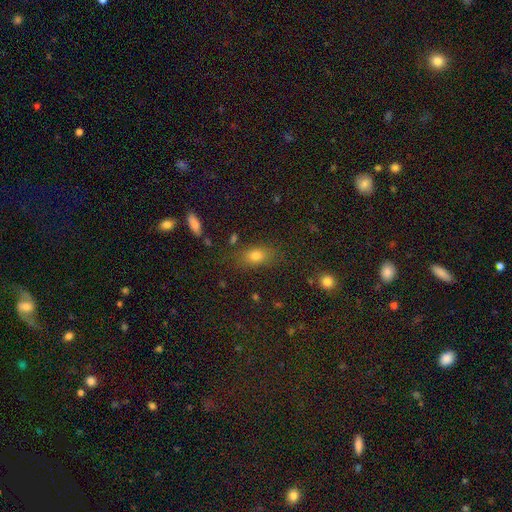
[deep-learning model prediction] A smooth galaxy with no disk features (76%) that is in between round and cigar-shaped (73%).

Vote fractions:
- Smooth or featured? smooth: 76% / star or artifact: 14% / featured or disk: 10%
- How rounded? in between: 73% / round: 21% / cigar-shaped: 5%
- Merging? none: 78% / minor disturbance: 14% / major disturbance: 5% / merger: 3%